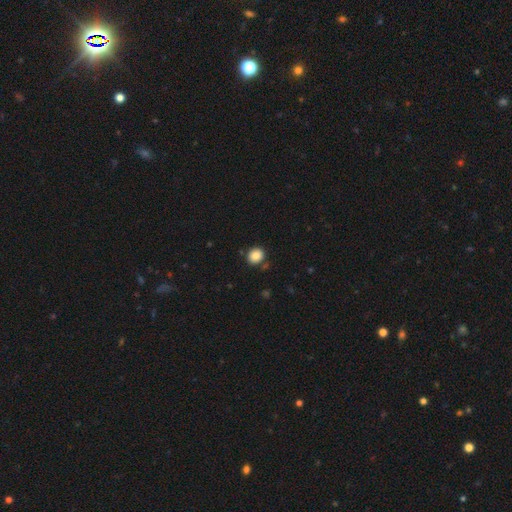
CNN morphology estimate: smooth-or-featured: smooth: 86% | star or artifact: 10% | featured or disk: 5%
  how-rounded: round: 73% | in between: 26% | cigar-shaped: 1%
  merging: none: 84% | minor disturbance: 10% | merger: 4% | major disturbance: 3%